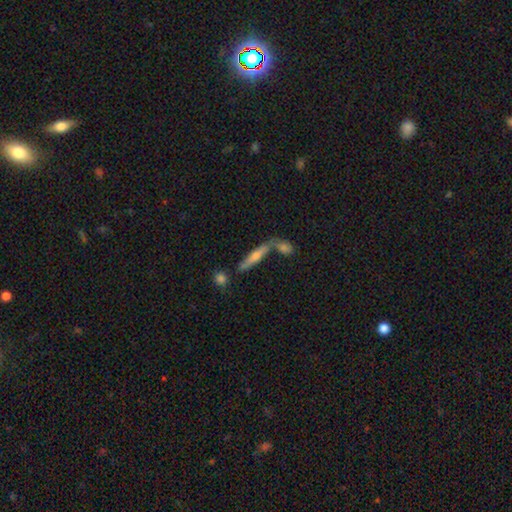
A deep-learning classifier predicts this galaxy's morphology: This is possibly a featured or disk galaxy (57%). It is clearly viewed edge-on (90%). Edge-on bulge: clearly rounded (82%). Merging: possibly none (59%).